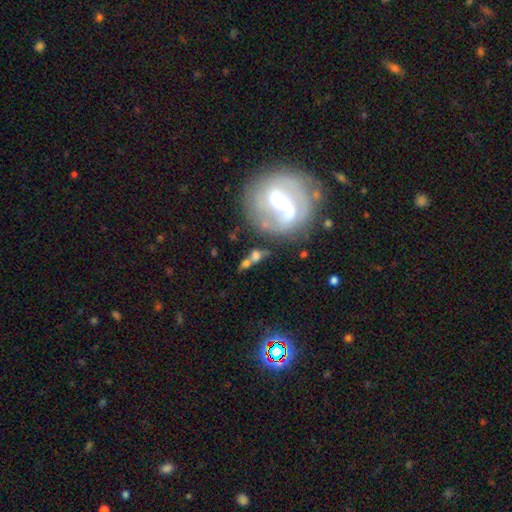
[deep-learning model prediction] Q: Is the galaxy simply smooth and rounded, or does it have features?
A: smooth — 45%.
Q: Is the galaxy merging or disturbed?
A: none — 41%.